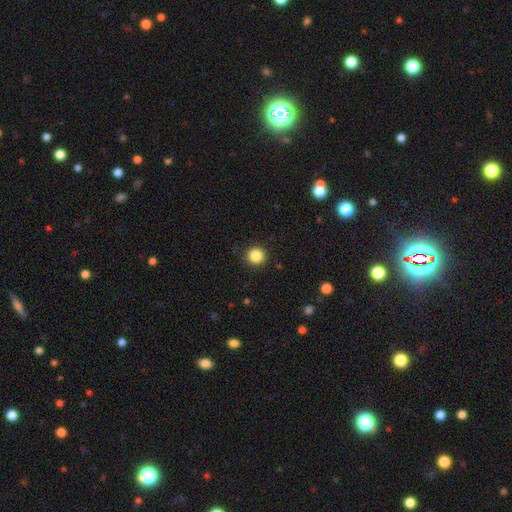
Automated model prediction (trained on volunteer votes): smooth-or-featured: smooth: 85% | star or artifact: 11% | featured or disk: 4%
  how-rounded: round: 94% | in between: 5% | cigar-shaped: 1%
  merging: none: 92% | minor disturbance: 5% | major disturbance: 2% | merger: 1%